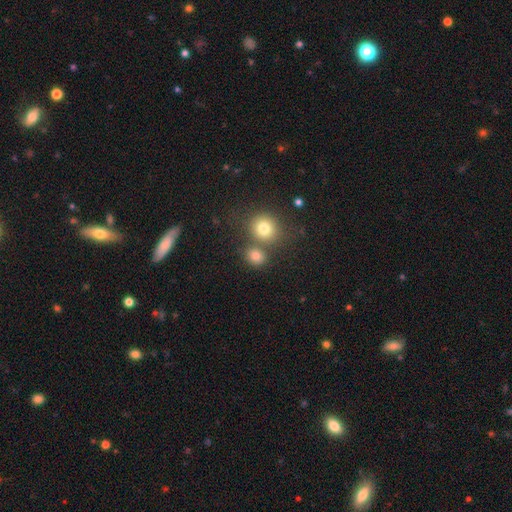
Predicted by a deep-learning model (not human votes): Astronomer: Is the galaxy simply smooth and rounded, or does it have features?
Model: smooth — 79%.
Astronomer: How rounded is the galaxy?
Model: round — 70%.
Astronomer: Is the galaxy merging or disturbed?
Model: none — 61%.